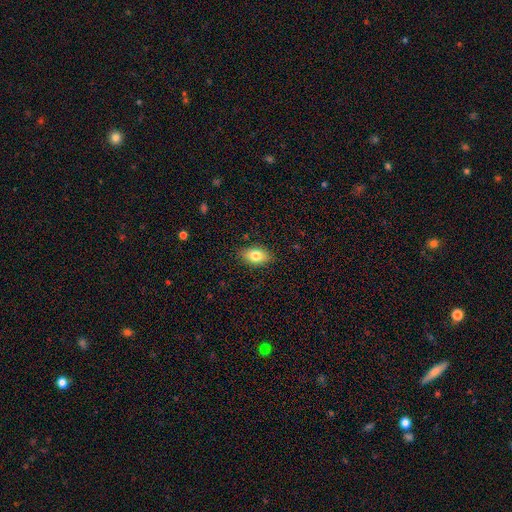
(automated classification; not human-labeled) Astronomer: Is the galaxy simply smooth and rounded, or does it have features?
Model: smooth — 81%.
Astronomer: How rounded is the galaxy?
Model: in between — 90%.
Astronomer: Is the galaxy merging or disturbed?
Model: none — 87%.